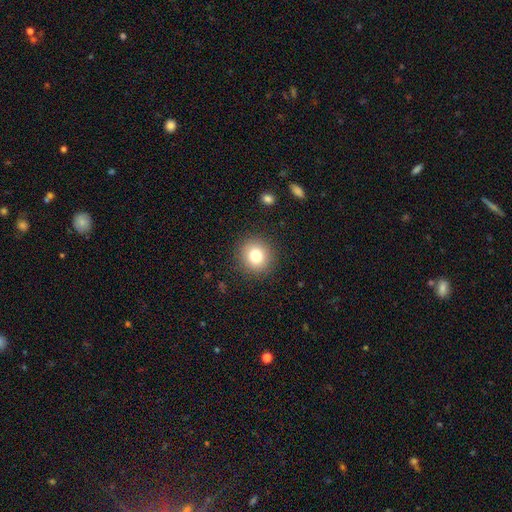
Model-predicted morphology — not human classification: Smooth or featured? Predicted: smooth (p=0.80). How rounded? Predicted: round (p=0.90). Merging? Predicted: none (p=0.89).